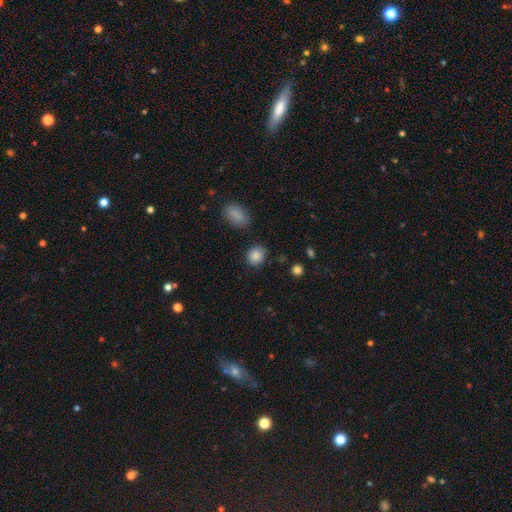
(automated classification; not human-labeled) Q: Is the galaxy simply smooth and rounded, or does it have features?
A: smooth — 87%.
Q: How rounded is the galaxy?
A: round — 66%.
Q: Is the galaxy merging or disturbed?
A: none — 84%.